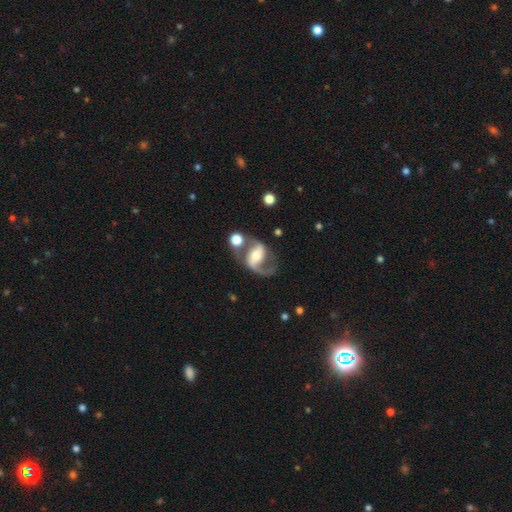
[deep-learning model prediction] This is clearly a featured or disk galaxy (86%). It is clearly not viewed edge-on (97%). Bar: marginally strong (44%). Spiral arm pattern: clearly yes (95%). Spiral arm count: clearly 2 (86%). Spiral winding: possibly loose (46%). Central bulge: possibly moderate (58%). Merging: possibly none (55%).